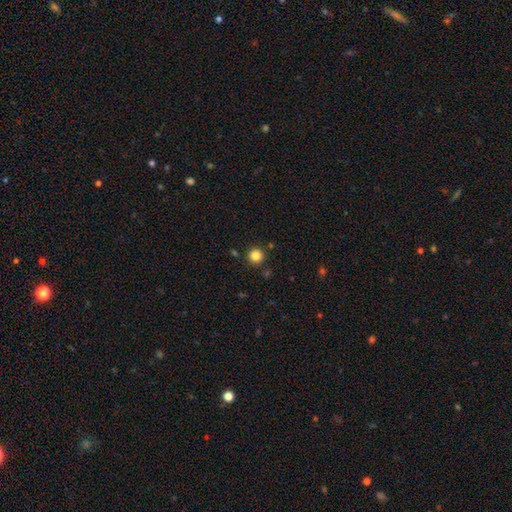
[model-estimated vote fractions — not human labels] Q: Smooth or featured?
A: smooth (84%); runner-up: star or artifact (12%)
Q: How rounded?
A: round (95%); runner-up: in between (4%)
Q: Merging?
A: none (90%); runner-up: minor disturbance (5%)